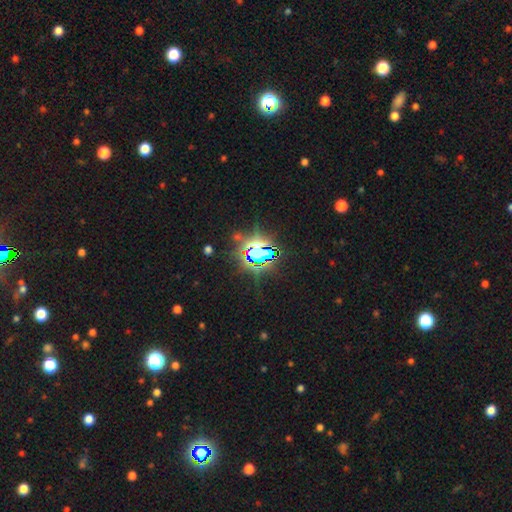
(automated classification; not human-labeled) The model was most divided on "smooth or featured": star or artifact: 75%, smooth: 14%, featured or disk: 11%.